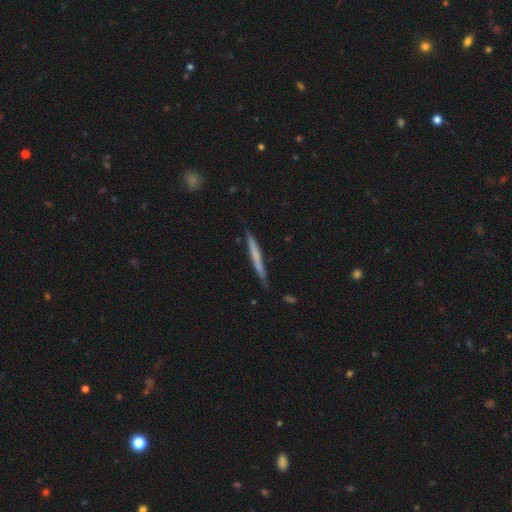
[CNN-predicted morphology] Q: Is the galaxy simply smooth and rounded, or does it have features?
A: smooth — 53%.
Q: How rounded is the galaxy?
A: cigar-shaped — 97%.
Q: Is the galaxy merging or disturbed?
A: none — 83%.